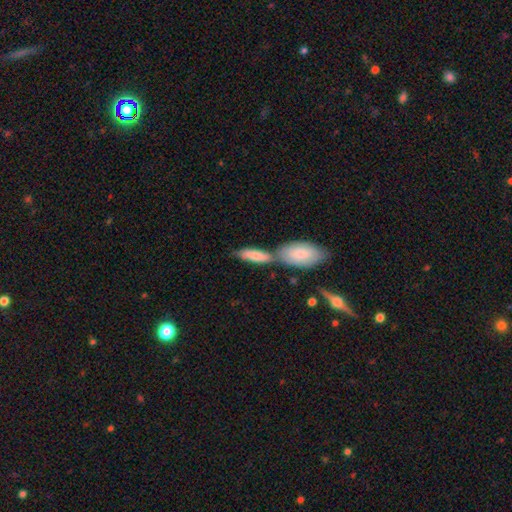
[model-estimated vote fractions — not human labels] This appears to be a smooth galaxy with no disk features (75%) that is in between round and cigar-shaped (60%). Merging: merger (52%).